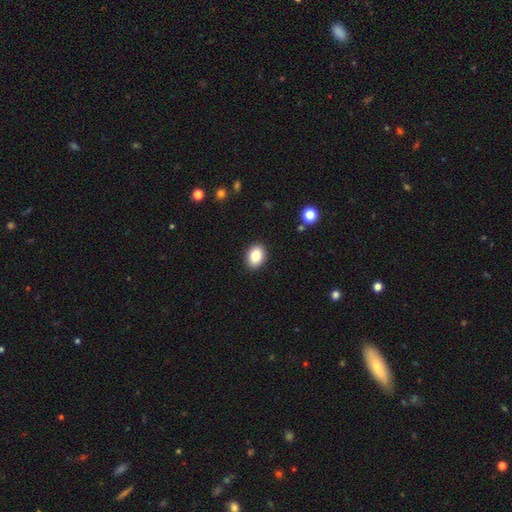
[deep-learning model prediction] The model was most divided on "how rounded": in between: 69%, round: 30%, cigar-shaped: 1%. More confident: merging — none (91%); smooth or featured — smooth (85%).